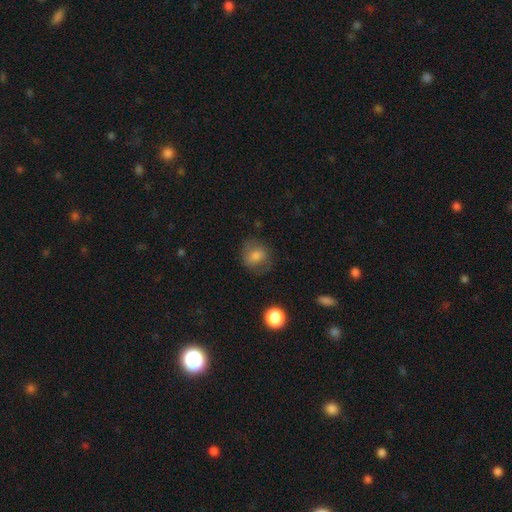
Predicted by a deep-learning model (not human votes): Smooth or featured?
  - smooth: 74% *
  - featured or disk: 16%
  - star or artifact: 10%
How rounded?
  - round: 72% *
  - in between: 27%
  - cigar-shaped: 1%
Merging?
  - none: 71% *
  - minor disturbance: 19%
  - major disturbance: 9%
  - merger: 1%